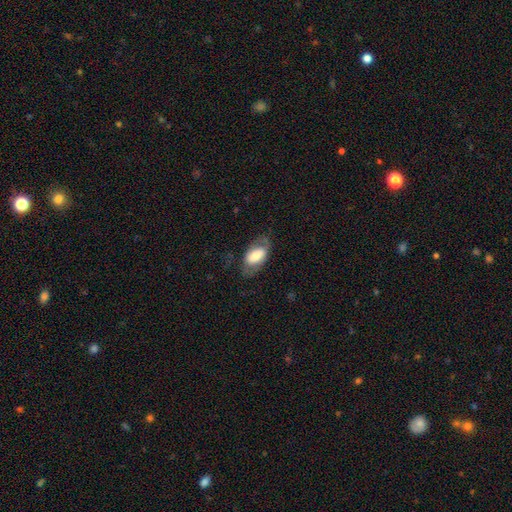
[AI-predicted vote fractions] Smooth or featured? smooth (60%)
How rounded? in between (92%)
Merging? none (66%)